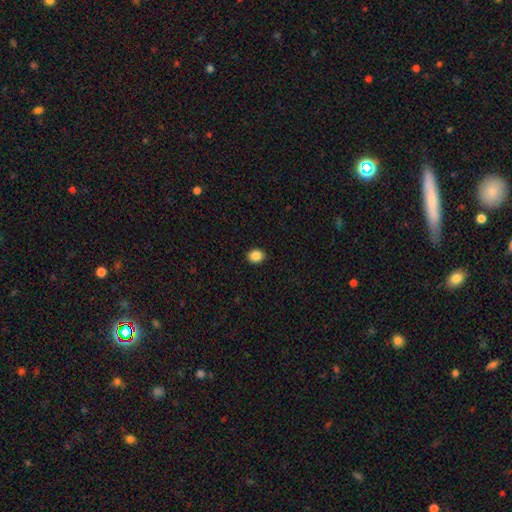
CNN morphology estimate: smooth 87%, star or artifact 10%, featured or disk 3%. Down the decision tree: how rounded — round (63%); merging — none (91%).